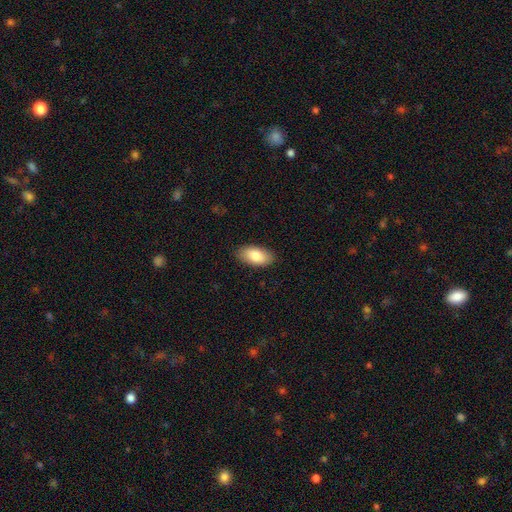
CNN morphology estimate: Overall: smooth (82%). How rounded: in between (94%). Merging: none (88%).